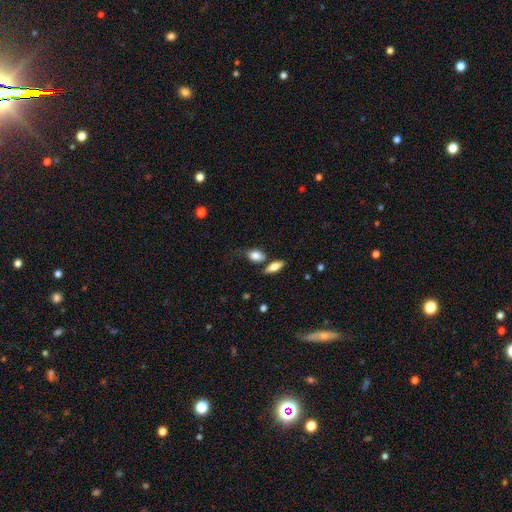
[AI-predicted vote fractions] Morphology: type=smooth (82%); roundness=in between (75%); merging=none (51%).